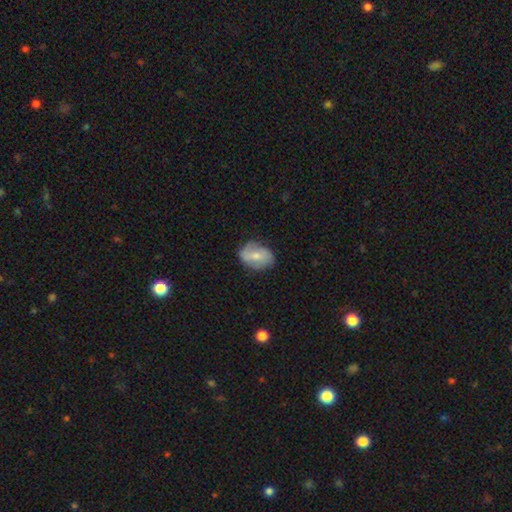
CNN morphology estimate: A smooth galaxy with no disk features (52%) that is in between round and cigar-shaped (70%). Merging: none (68%).